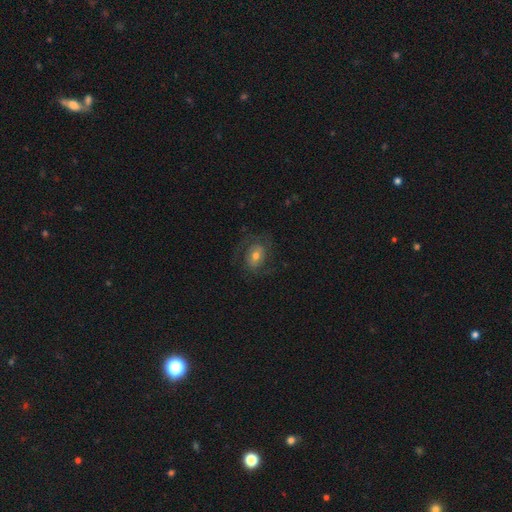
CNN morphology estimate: The model was most divided on "smooth or featured": featured or disk: 54%, smooth: 36%, star or artifact: 10%. More confident: edge-on disk — no (96%); spiral arms — yes (77%); merging — none (65%); bulge size — moderate (62%); bar — no (52%).